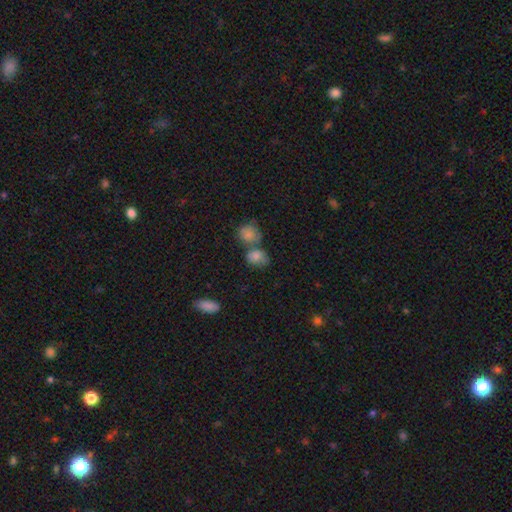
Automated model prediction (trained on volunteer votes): A smooth galaxy with no disk features (76%) that is in between round and cigar-shaped (52%).

Vote fractions:
- Smooth or featured? smooth: 76% / featured or disk: 13% / star or artifact: 11%
- How rounded? in between: 52% / round: 47% / cigar-shaped: 1%
- Merging? merger: 46% / none: 35% / minor disturbance: 13% / major disturbance: 6%